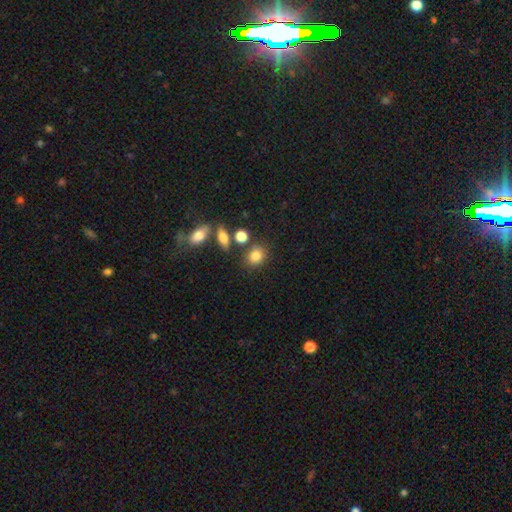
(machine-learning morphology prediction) Smooth or featured? smooth (82%)
How rounded? round (56%)
Merging? none (73%)